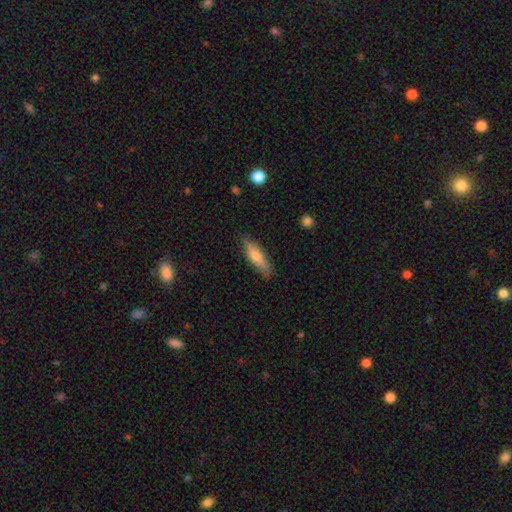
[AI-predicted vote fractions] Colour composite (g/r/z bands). It shows a smooth galaxy with no disk features (64%) that is cigar-shaped (69%). Merging: none (85%).